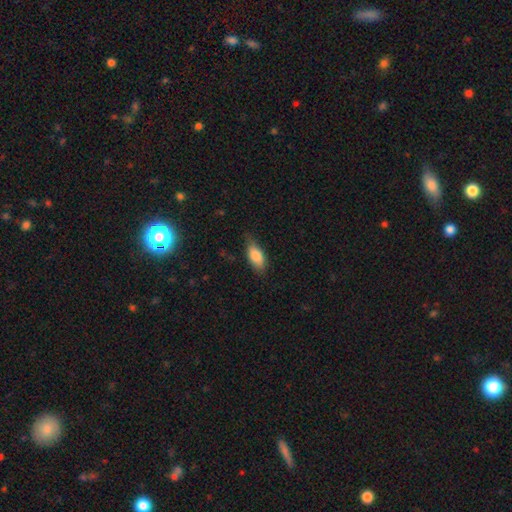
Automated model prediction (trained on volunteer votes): smooth_or_featured: smooth (p=0.84) [alt: featured or disk p=0.10]
how_rounded: in between (p=0.85) [alt: cigar-shaped p=0.12]
merging: none (p=0.69) [alt: minor disturbance p=0.24]